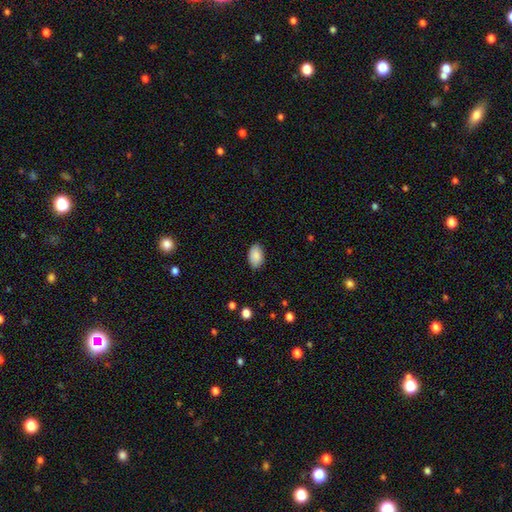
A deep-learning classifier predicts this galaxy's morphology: Smooth or featured: smooth — 89% (star or artifact — 7%)
How rounded: in between — 93% (round — 6%)
Merging: none — 86% (minor disturbance — 11%)